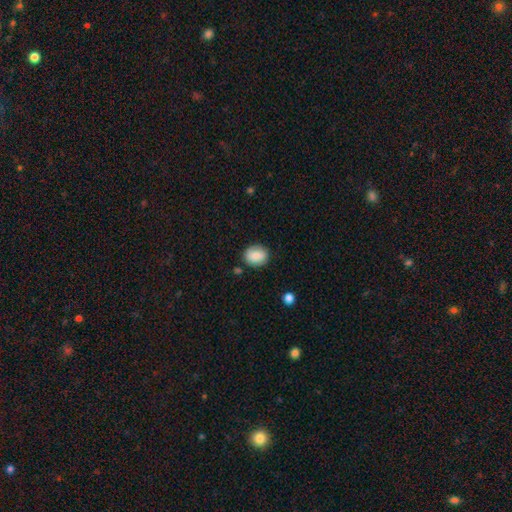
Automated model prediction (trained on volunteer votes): Smooth or featured?
  - smooth: 85% *
  - star or artifact: 8%
  - featured or disk: 7%
How rounded?
  - round: 62% *
  - in between: 37%
  - cigar-shaped: 1%
Merging?
  - none: 82% *
  - minor disturbance: 13%
  - major disturbance: 3%
  - merger: 2%